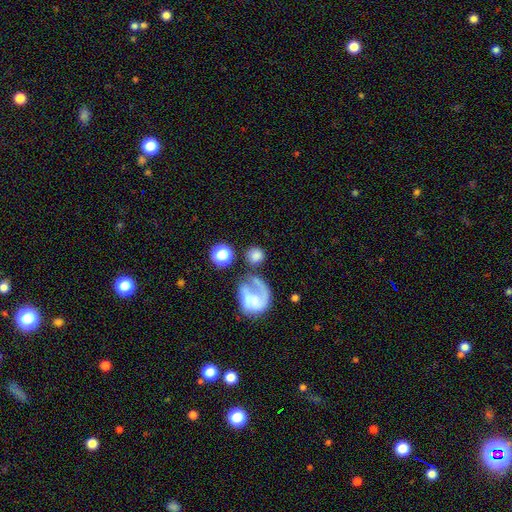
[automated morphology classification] Overall: smooth (70%). How rounded: round (83%). Merging: none (53%; merger 18%).